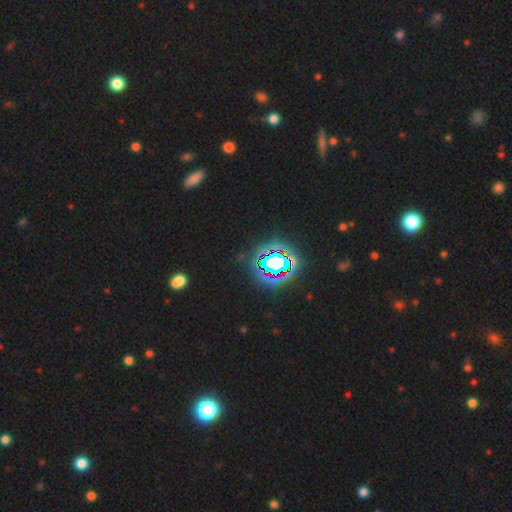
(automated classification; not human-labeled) A star or artifact, not a galaxy (82%).

Vote fractions:
- Smooth or featured? star or artifact: 82% / smooth: 11% / featured or disk: 7%